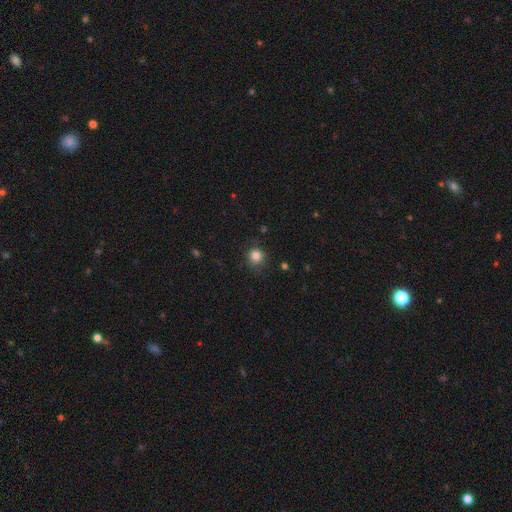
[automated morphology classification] smooth-or-featured: smooth: 84% | star or artifact: 12% | featured or disk: 5%
  how-rounded: round: 91% | in between: 8% | cigar-shaped: 1%
  merging: none: 82% | minor disturbance: 13% | major disturbance: 4% | merger: 1%